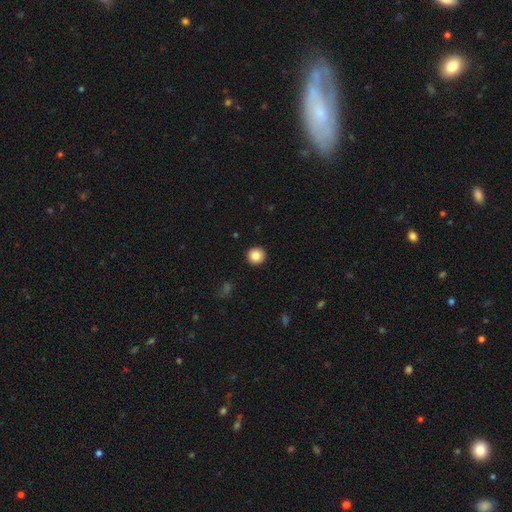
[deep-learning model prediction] Morphology: type=smooth (85%); roundness=round (95%); merging=none (93%).